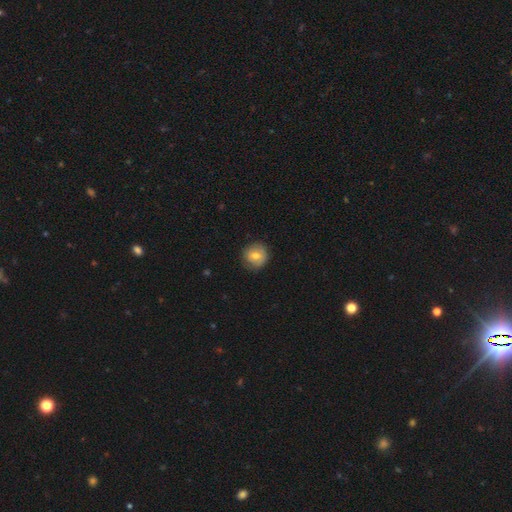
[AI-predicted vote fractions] A smooth galaxy with no disk features (66%) that is round (91%).

Vote fractions:
- Smooth or featured? smooth: 66% / featured or disk: 26% / star or artifact: 8%
- How rounded? round: 91% / in between: 8% / cigar-shaped: 1%
- Merging? none: 81% / minor disturbance: 14% / major disturbance: 3% / merger: 1%